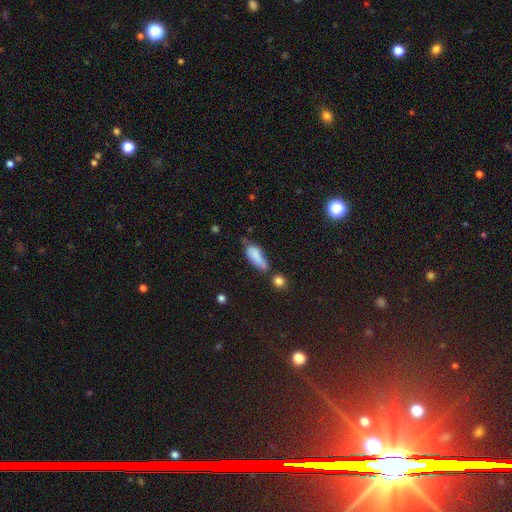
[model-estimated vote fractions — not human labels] The model was most divided on "merging": none: 32%, minor disturbance: 30%, merger: 20%, major disturbance: 17%. More confident: smooth or featured — smooth (79%); how rounded — in between (68%).